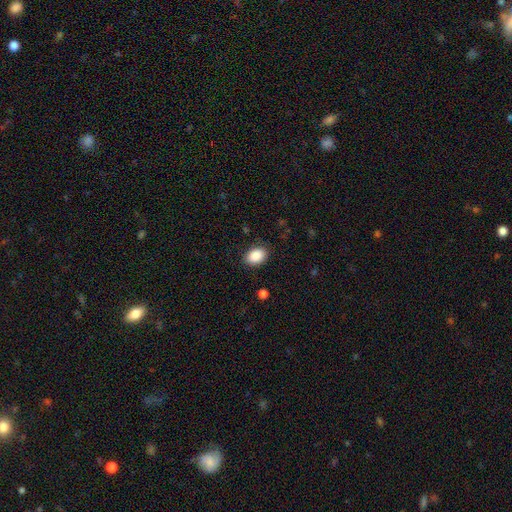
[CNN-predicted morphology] A smooth galaxy with no disk features (88%) that is in between round and cigar-shaped (79%).

Vote fractions:
- Smooth or featured? smooth: 88% / star or artifact: 8% / featured or disk: 4%
- How rounded? in between: 79% / round: 20% / cigar-shaped: 1%
- Merging? none: 85% / minor disturbance: 11% / major disturbance: 3% / merger: 1%